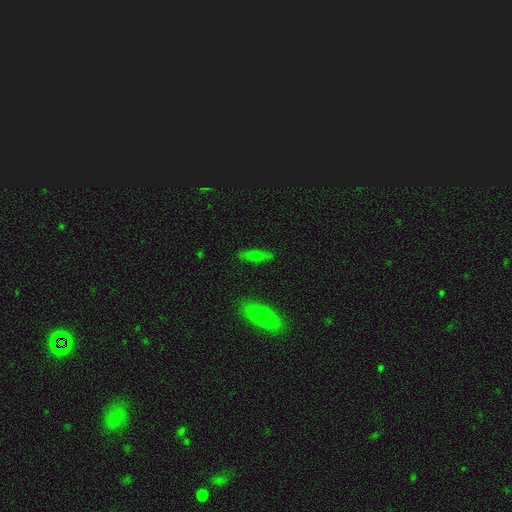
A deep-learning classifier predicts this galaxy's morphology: Smooth or featured?
  - smooth: 72% *
  - featured or disk: 16%
  - star or artifact: 12%
How rounded?
  - cigar-shaped: 59% *
  - in between: 37%
  - round: 3%
Merging?
  - none: 85% *
  - minor disturbance: 10%
  - major disturbance: 3%
  - merger: 2%